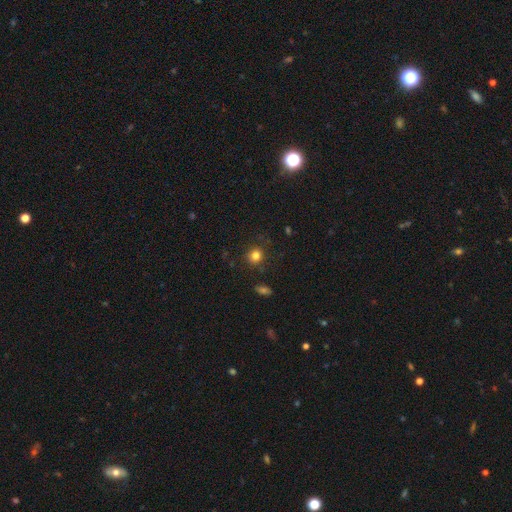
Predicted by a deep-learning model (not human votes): Smooth or featured?
  - smooth: 81% *
  - star or artifact: 13%
  - featured or disk: 6%
How rounded?
  - round: 87% *
  - in between: 12%
  - cigar-shaped: 1%
Merging?
  - none: 85% *
  - minor disturbance: 10%
  - major disturbance: 3%
  - merger: 2%